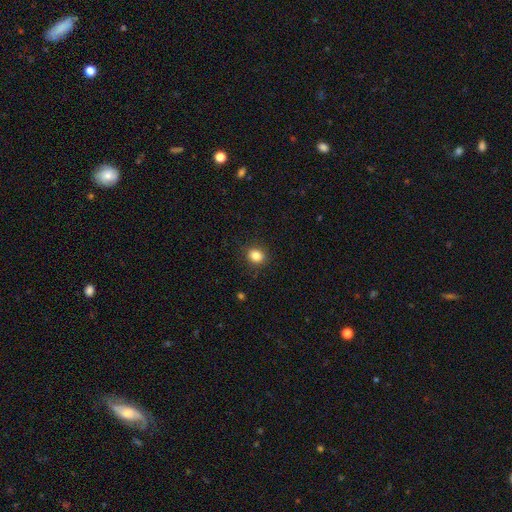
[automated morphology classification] A smooth galaxy with no disk features (85%) that is round (61%).

Vote fractions:
- Smooth or featured? smooth: 85% / star or artifact: 10% / featured or disk: 5%
- How rounded? round: 61% / in between: 38% / cigar-shaped: 1%
- Merging? none: 89% / minor disturbance: 8% / major disturbance: 2% / merger: 1%